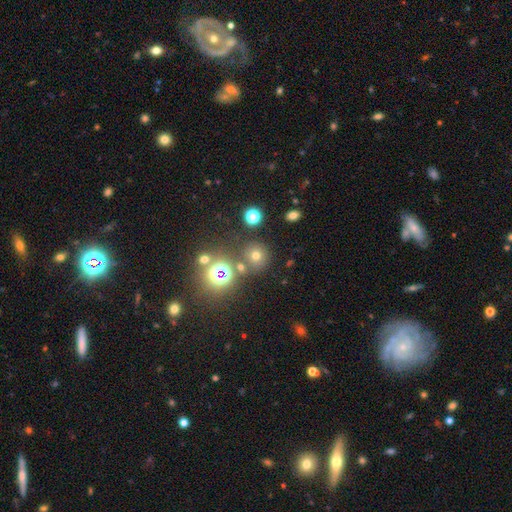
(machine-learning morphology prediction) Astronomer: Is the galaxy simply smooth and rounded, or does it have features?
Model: smooth — 60%.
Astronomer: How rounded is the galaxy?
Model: round — 93%.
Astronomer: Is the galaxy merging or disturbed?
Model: none — 78%.